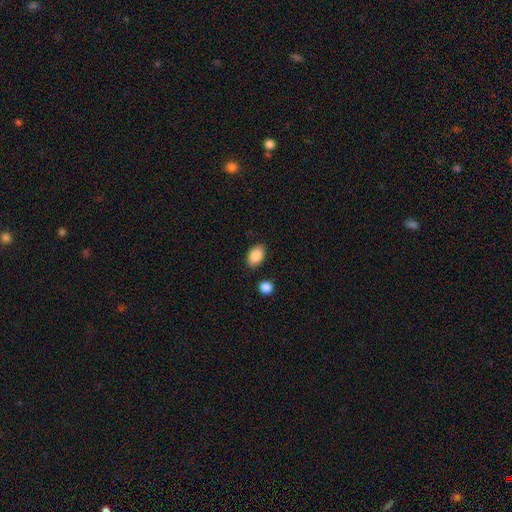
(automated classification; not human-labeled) smooth 88%, star or artifact 7%, featured or disk 5%. Down the decision tree: how rounded — in between (88%); merging — none (85%).